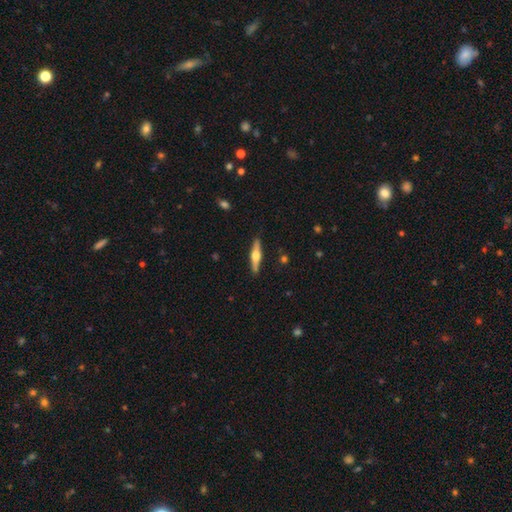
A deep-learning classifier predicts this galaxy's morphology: Smooth or featured?
  - featured or disk: 61% *
  - smooth: 34%
  - star or artifact: 5%
Edge-on disk?
  - yes: 96% *
  - no: 4%
Edge-on bulge?
  - rounded: 94% *
  - boxy: 4%
  - none: 2%
Merging?
  - none: 90% *
  - minor disturbance: 7%
  - major disturbance: 2%
  - merger: 1%